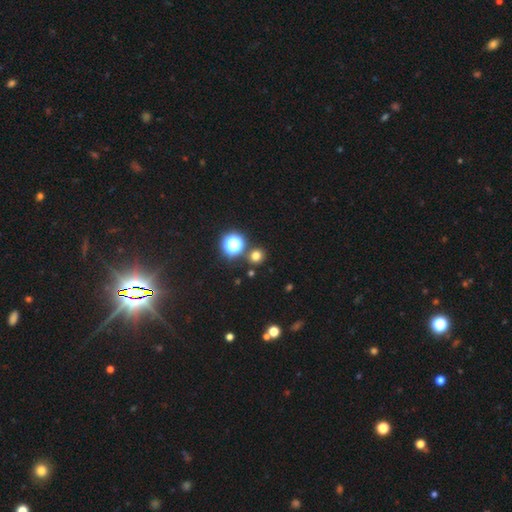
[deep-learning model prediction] smooth_or_featured: smooth (p=0.72) [alt: star or artifact p=0.23]
how_rounded: round (p=0.88) [alt: in between p=0.11]
merging: none (p=0.84) [alt: minor disturbance p=0.07]